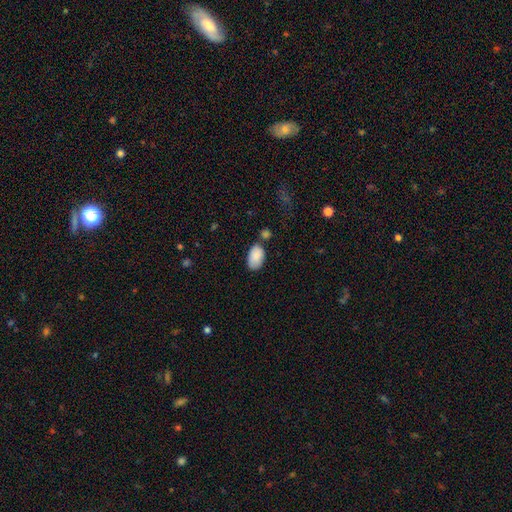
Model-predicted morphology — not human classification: type=smooth (88%); roundness=in between (94%); merging=none (66%).